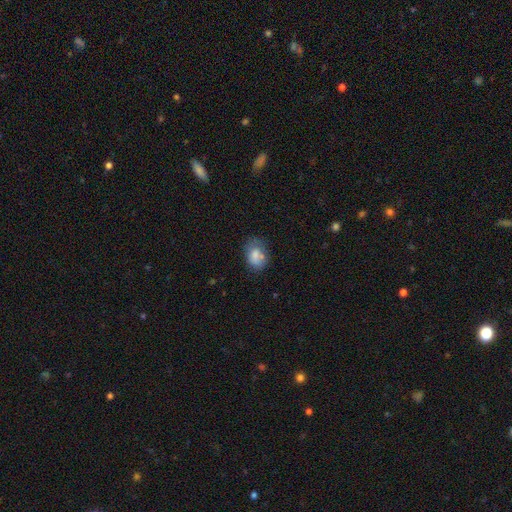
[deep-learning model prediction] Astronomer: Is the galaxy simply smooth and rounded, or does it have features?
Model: smooth — 75%.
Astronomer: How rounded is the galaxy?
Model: in between — 70%.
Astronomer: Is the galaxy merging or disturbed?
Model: none — 52%.